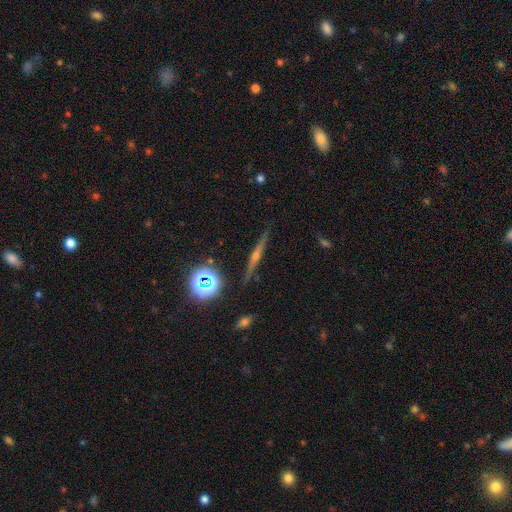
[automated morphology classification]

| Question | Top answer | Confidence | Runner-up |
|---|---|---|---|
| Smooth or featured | featured or disk | 67% | smooth (17%) |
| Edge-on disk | yes | 97% | no (3%) |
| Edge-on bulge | rounded | 85% | none (10%) |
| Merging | none | 89% | minor disturbance (8%) |